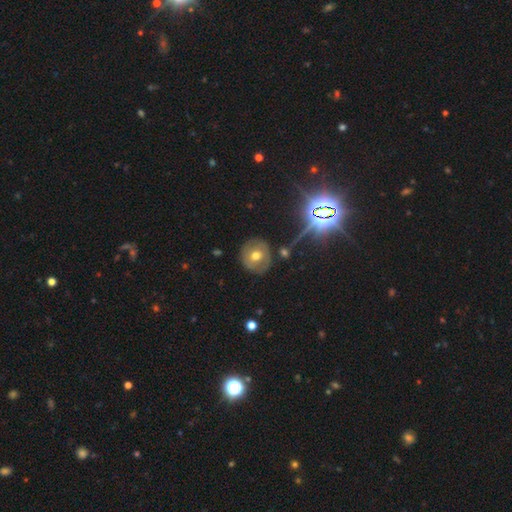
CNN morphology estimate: type=smooth (49%); merging=none (83%).